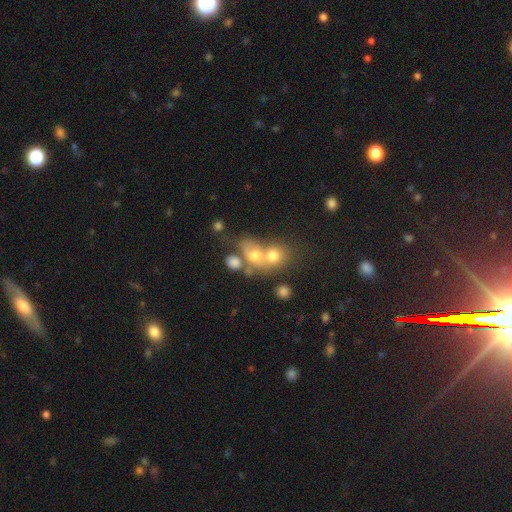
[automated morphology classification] This is possibly a smooth galaxy (53%). How rounded: possibly round (58%). Merging: possibly merger (58%).